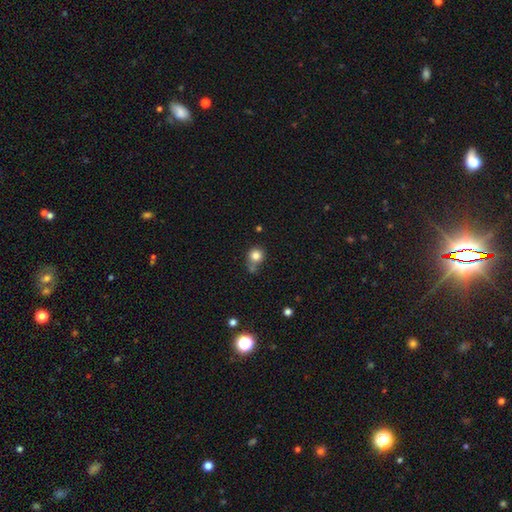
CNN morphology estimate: A smooth galaxy with no disk features (82%) that is round (88%).

Vote fractions:
- Smooth or featured? smooth: 82% / star or artifact: 11% / featured or disk: 7%
- How rounded? round: 88% / in between: 11% / cigar-shaped: 1%
- Merging? none: 59% / merger: 19% / minor disturbance: 16% / major disturbance: 6%